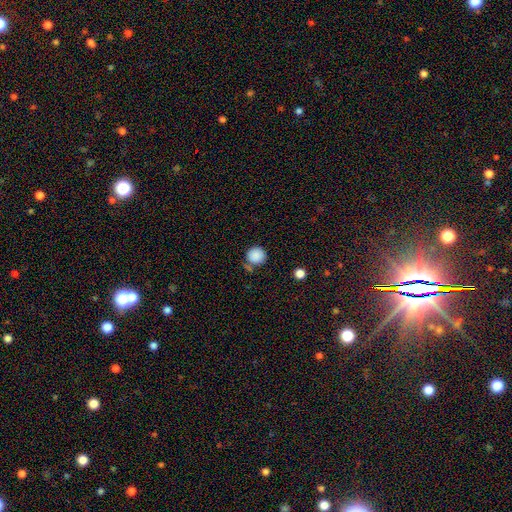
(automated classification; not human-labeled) Smooth or featured?
  - smooth: 87% *
  - star or artifact: 9%
  - featured or disk: 4%
How rounded?
  - round: 94% *
  - in between: 5%
  - cigar-shaped: 1%
Merging?
  - none: 73% *
  - minor disturbance: 13%
  - merger: 9%
  - major disturbance: 5%